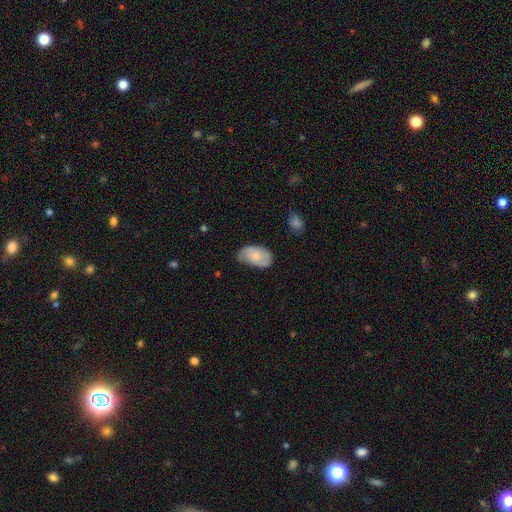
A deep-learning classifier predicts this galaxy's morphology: Smooth or featured? Predicted: smooth (p=0.57). How rounded? Predicted: in between (p=0.93). Merging? Predicted: none (p=0.62).